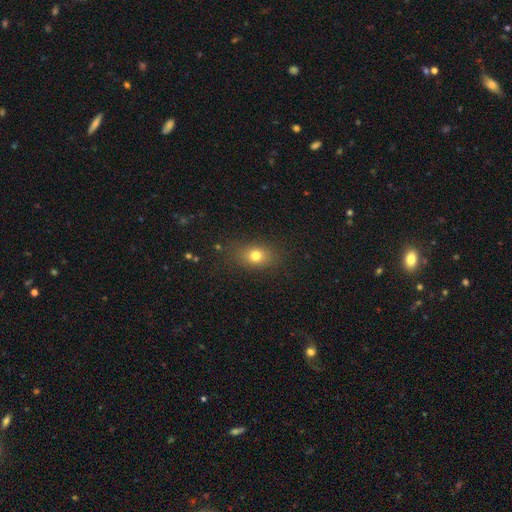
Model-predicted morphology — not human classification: A smooth galaxy with no disk features (76%) that is in between round and cigar-shaped (64%). Merging: none (82%).